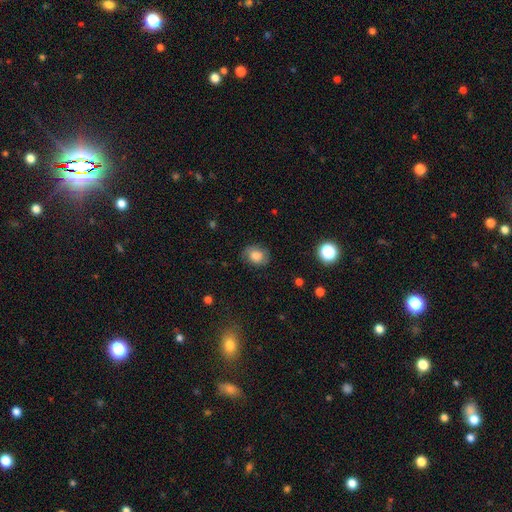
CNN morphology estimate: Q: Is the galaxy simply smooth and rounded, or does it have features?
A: smooth — 74%.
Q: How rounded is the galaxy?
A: in between — 54%.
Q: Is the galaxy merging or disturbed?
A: none — 77%.